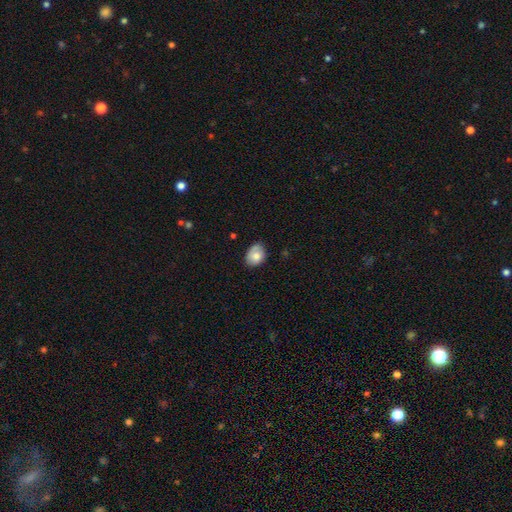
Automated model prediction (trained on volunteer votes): Smooth or featured? Predicted: smooth (p=0.77). How rounded? Predicted: in between (p=0.68). Merging? Predicted: none (p=0.61).